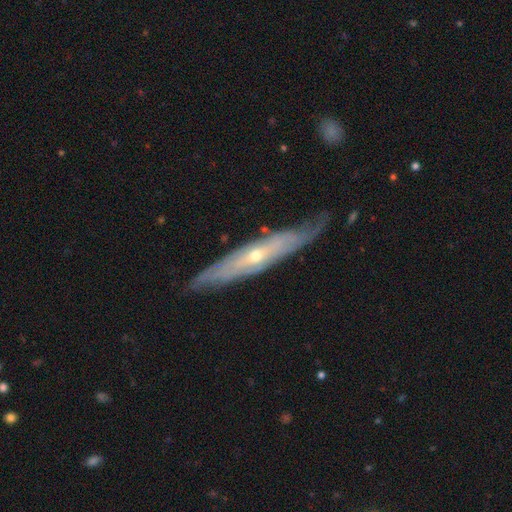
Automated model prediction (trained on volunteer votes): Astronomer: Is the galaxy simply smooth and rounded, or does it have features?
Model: featured or disk — 77%.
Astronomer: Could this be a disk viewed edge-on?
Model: yes — 58% (runner-up: no, 42%).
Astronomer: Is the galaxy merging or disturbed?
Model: none — 76%.